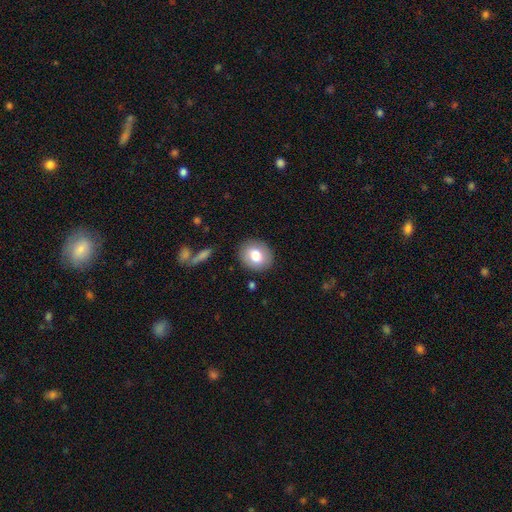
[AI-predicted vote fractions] A smooth galaxy with no disk features (75%) that is round (61%). Merging: none (87%).